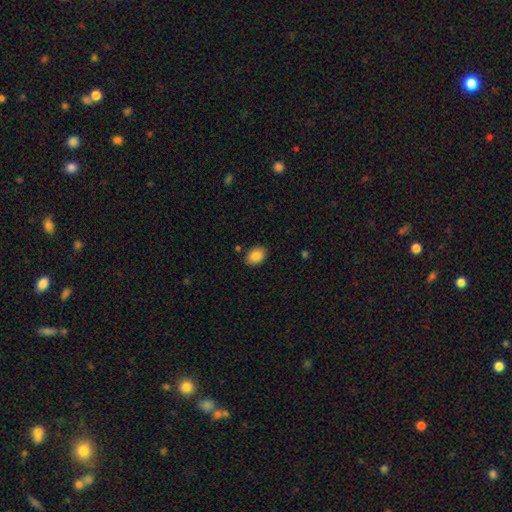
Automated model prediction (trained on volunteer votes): Smooth or featured?
  - smooth: 87% *
  - star or artifact: 8%
  - featured or disk: 5%
How rounded?
  - in between: 78% *
  - round: 21%
  - cigar-shaped: 1%
Merging?
  - none: 86% *
  - minor disturbance: 10%
  - major disturbance: 2%
  - merger: 2%